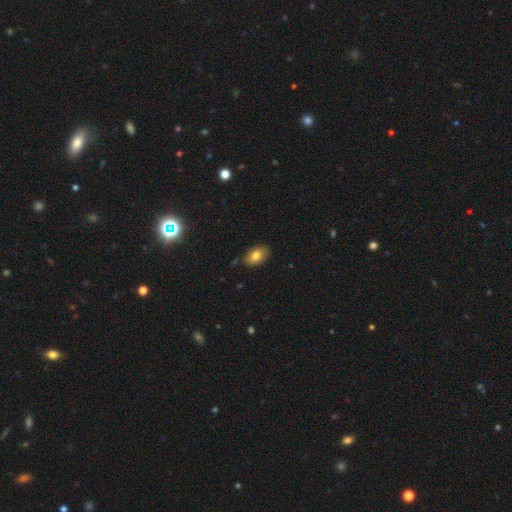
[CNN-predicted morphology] smooth_or_featured: smooth (p=0.79) [alt: featured or disk p=0.12]
how_rounded: in between (p=0.87) [alt: round p=0.12]
merging: none (p=0.83) [alt: minor disturbance p=0.12]